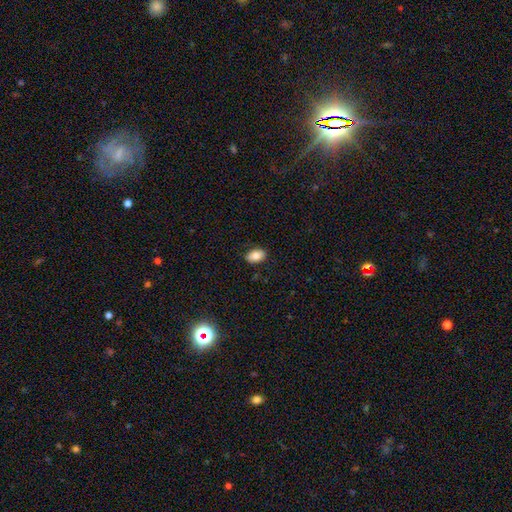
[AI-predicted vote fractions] smooth 82%, featured or disk 10%, star or artifact 8%. Down the decision tree: how rounded — in between (88%); merging — none (86%).